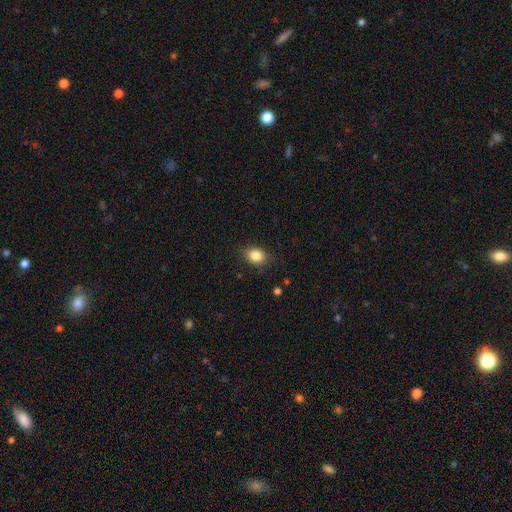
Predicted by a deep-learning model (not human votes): This is clearly a smooth galaxy (85%). How rounded: likely in between (64%). Merging: clearly none (83%).